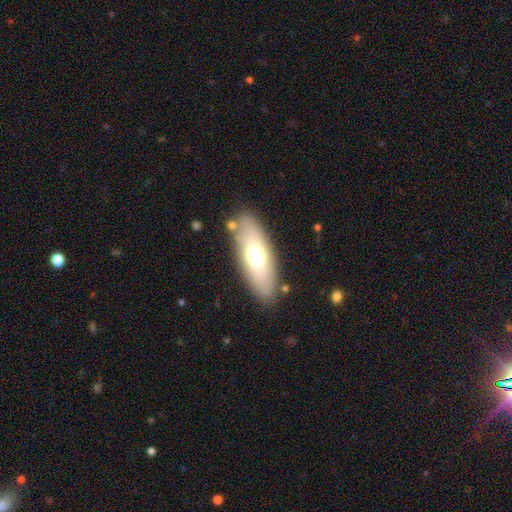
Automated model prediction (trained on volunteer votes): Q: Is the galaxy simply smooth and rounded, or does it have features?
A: smooth — 61%.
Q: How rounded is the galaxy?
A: in between — 71%.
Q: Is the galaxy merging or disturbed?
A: none — 82%.